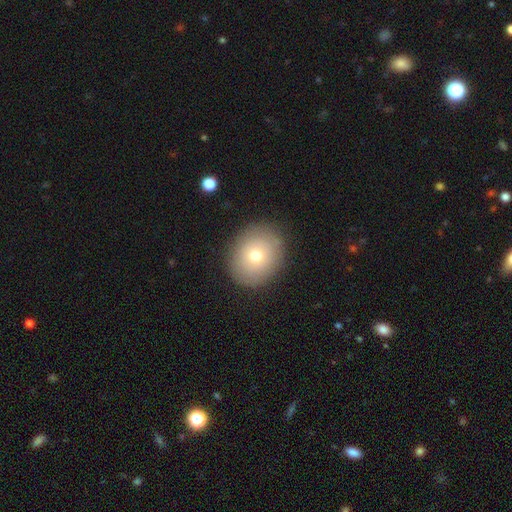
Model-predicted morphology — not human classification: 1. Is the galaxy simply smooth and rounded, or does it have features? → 73% smooth, 16% featured or disk, 10% star or artifact.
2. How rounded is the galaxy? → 66% round, 33% in between, 1% cigar-shaped.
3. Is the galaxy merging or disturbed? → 86% none, 10% minor disturbance, 3% major disturbance, 1% merger.